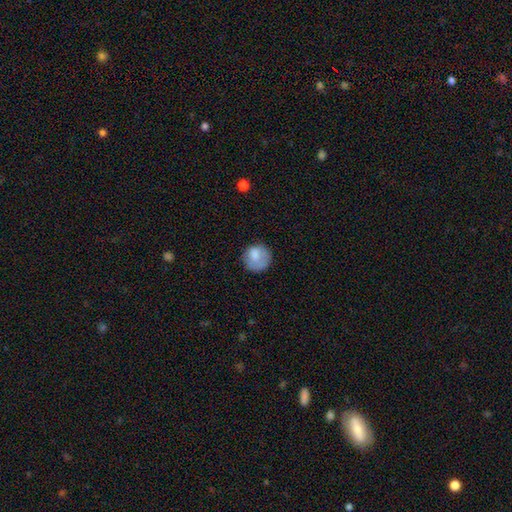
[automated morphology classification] type=smooth (77%); roundness=round (87%); merging=none (68%).